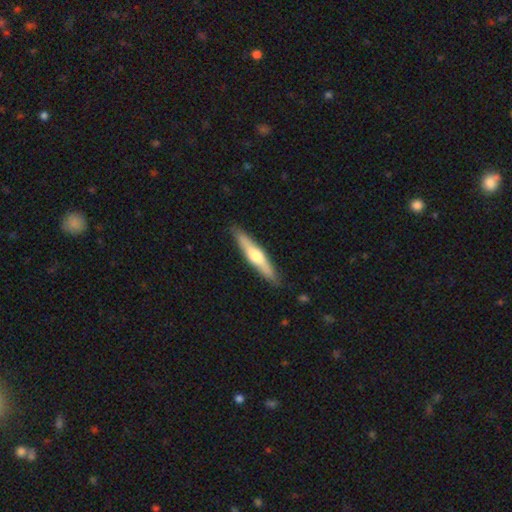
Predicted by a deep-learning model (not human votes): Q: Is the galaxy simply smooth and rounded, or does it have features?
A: featured or disk — 54%.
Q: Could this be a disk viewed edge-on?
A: yes — 94%.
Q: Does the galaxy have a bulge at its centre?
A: rounded — 89%.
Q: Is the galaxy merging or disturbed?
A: none — 89%.